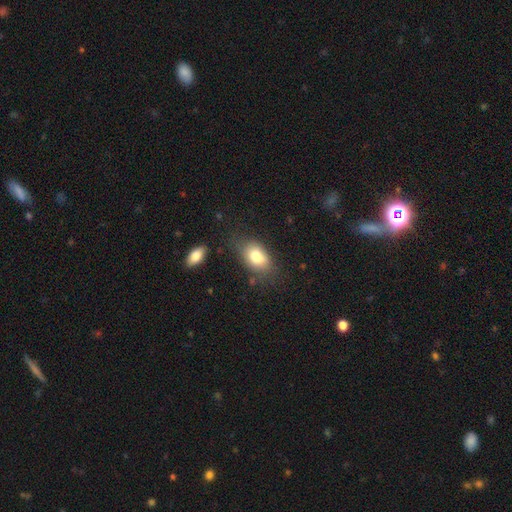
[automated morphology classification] smooth-or-featured: smooth: 80% | featured or disk: 12% | star or artifact: 8%
  how-rounded: in between: 86% | round: 13% | cigar-shaped: 2%
  merging: none: 69% | minor disturbance: 21% | major disturbance: 7% | merger: 4%